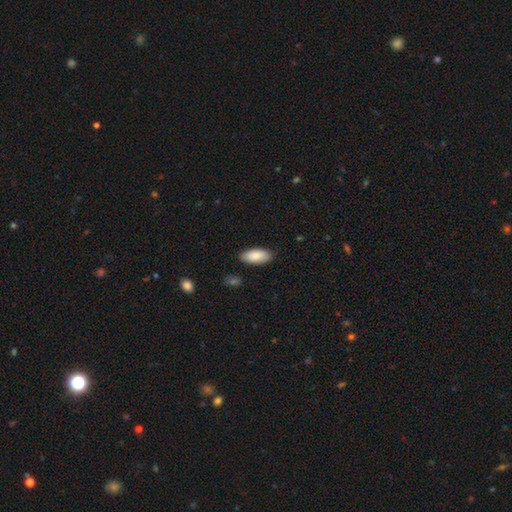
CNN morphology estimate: This appears to be a smooth galaxy with no disk features (88%) that is in between round and cigar-shaped (88%). Merging: none (87%).